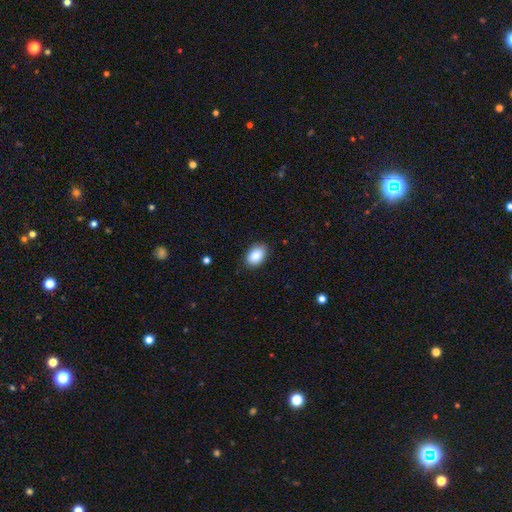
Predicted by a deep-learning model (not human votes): This appears to be a smooth galaxy with no disk features (87%) that is in between round and cigar-shaped (87%). Merging: none (85%).